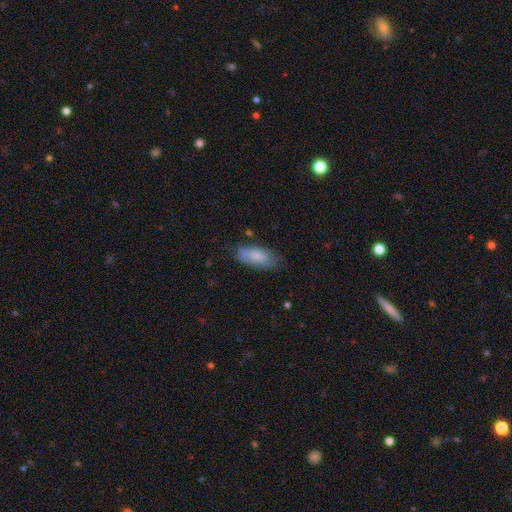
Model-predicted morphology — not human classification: Smooth or featured?
  - smooth: 79% *
  - featured or disk: 14%
  - star or artifact: 6%
How rounded?
  - in between: 84% *
  - cigar-shaped: 14%
  - round: 2%
Merging?
  - none: 64% *
  - minor disturbance: 28%
  - major disturbance: 6%
  - merger: 2%